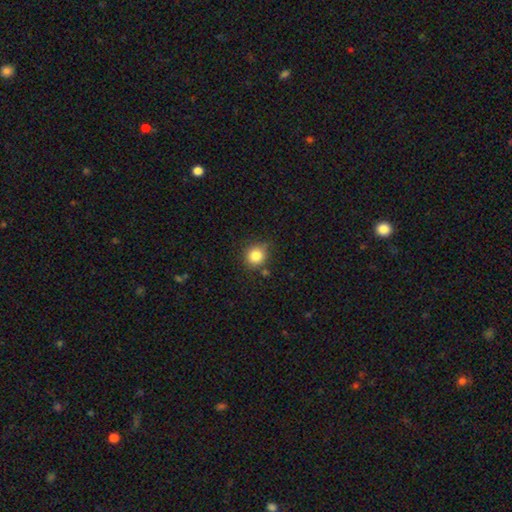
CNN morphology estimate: The model was most divided on "merging": none: 75%, minor disturbance: 17%, merger: 4%, major disturbance: 4%. More confident: how rounded — round (89%); smooth or featured — smooth (83%).